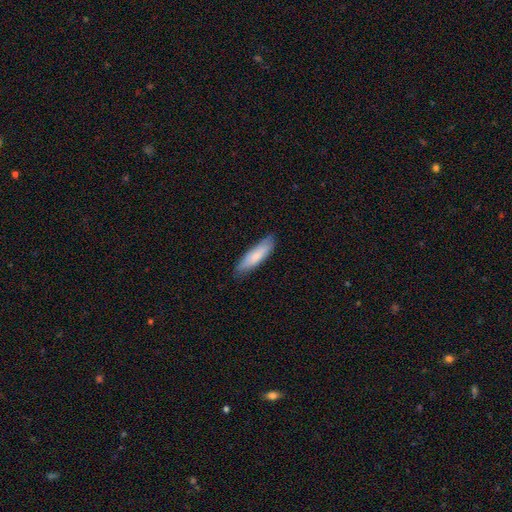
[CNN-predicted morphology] Q: Smooth or featured?
A: smooth (81%); runner-up: featured or disk (14%)
Q: How rounded?
A: cigar-shaped (65%); runner-up: in between (34%)
Q: Merging?
A: none (83%); runner-up: minor disturbance (13%)